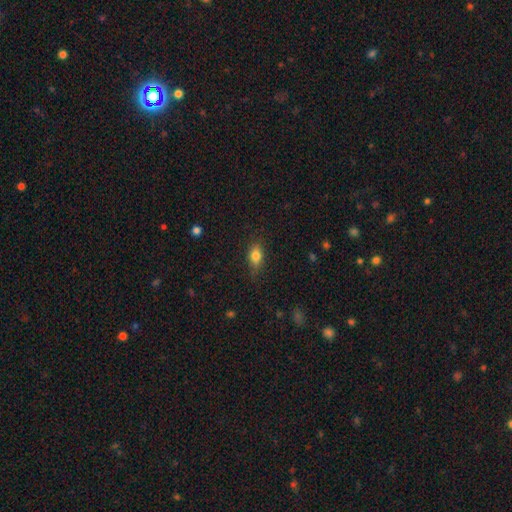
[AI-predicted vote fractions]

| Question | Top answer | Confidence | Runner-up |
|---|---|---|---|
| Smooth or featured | smooth | 79% | featured or disk (12%) |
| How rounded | in between | 78% | round (14%) |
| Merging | none | 74% | minor disturbance (20%) |